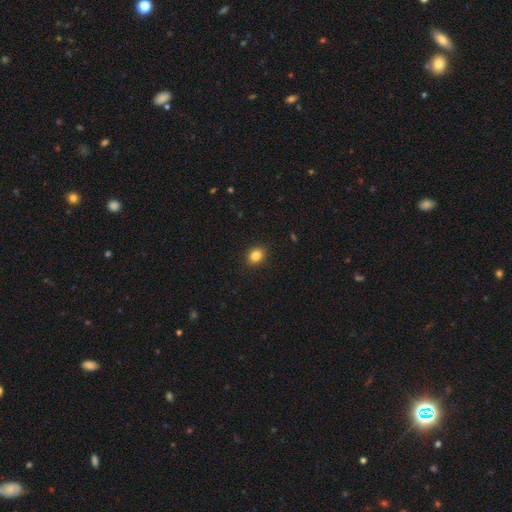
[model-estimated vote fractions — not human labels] smooth_or_featured: smooth (p=0.84) [alt: star or artifact p=0.11]
how_rounded: round (p=0.54) [alt: in between p=0.45]
merging: none (p=0.91) [alt: minor disturbance p=0.07]